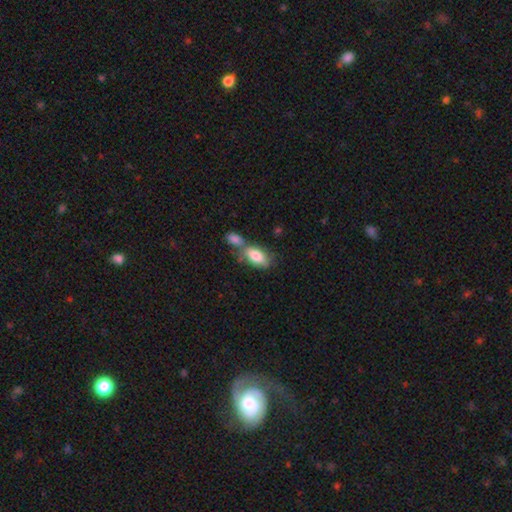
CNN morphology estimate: Overall: smooth (78%). How rounded: in between (90%). Merging: merger (44%; none 37%).